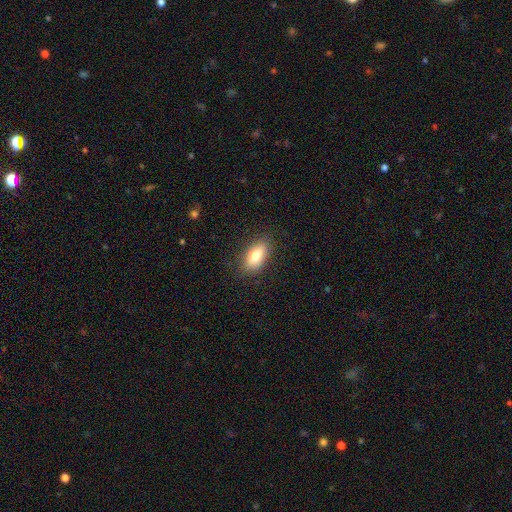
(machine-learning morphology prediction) A smooth galaxy with no disk features (77%) that is in between round and cigar-shaped (83%).

Vote fractions:
- Smooth or featured? smooth: 77% / featured or disk: 16% / star or artifact: 7%
- How rounded? in between: 83% / cigar-shaped: 13% / round: 4%
- Merging? none: 85% / minor disturbance: 11% / major disturbance: 3% / merger: 1%